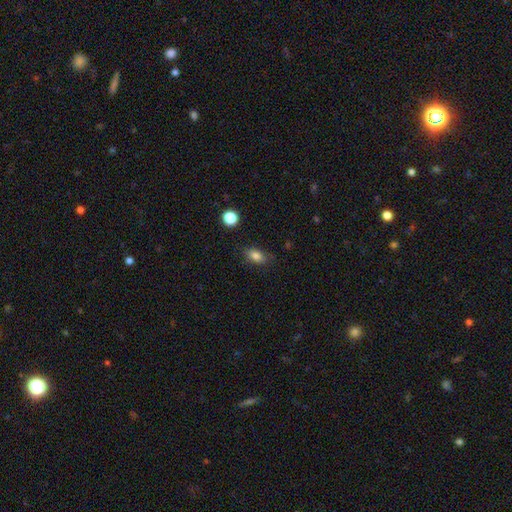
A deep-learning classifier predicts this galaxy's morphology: type=smooth (83%); roundness=in between (85%); merging=none (80%).